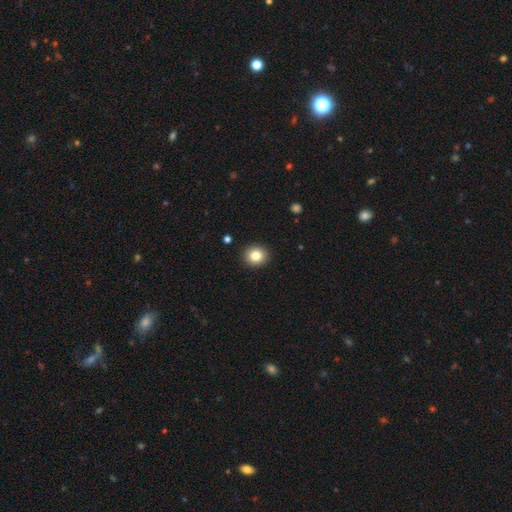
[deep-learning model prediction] This appears to be a smooth galaxy with no disk features (83%) that is round (83%). Merging: none (92%).